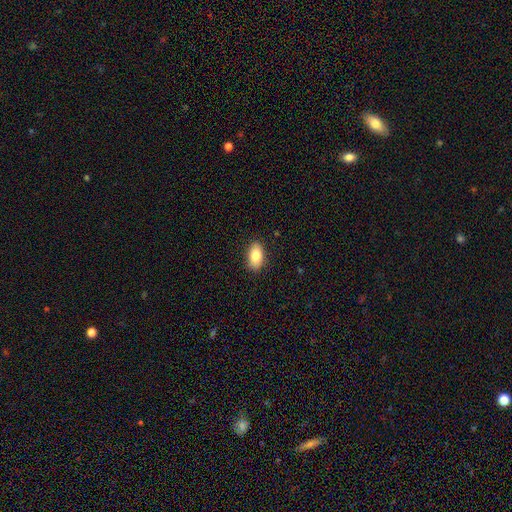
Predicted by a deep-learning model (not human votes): A smooth galaxy with no disk features (84%) that is in between round and cigar-shaped (92%). Merging: none (88%).